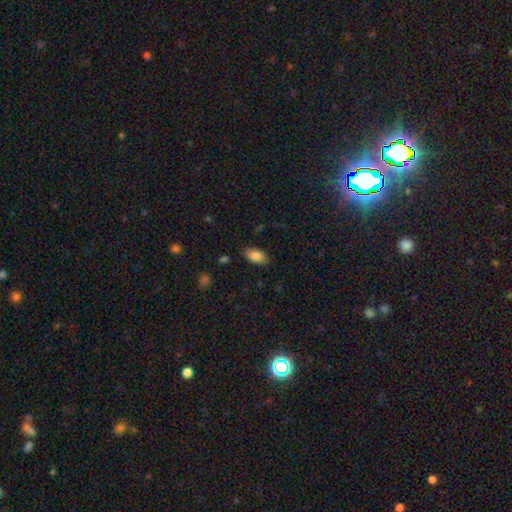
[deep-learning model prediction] Morphology: type=smooth (85%); roundness=in between (93%); merging=none (85%).